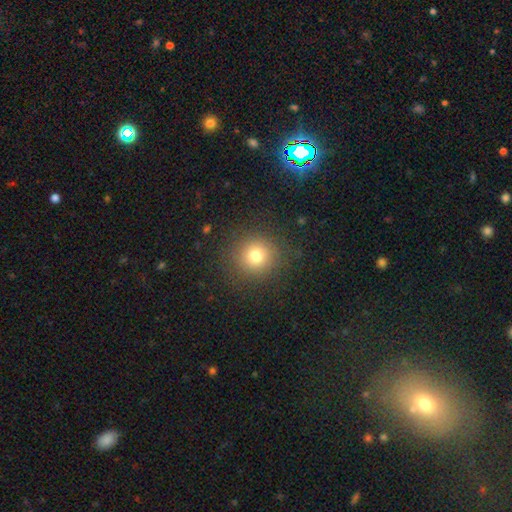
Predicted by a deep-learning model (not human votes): smooth-or-featured: smooth: 75% | star or artifact: 15% | featured or disk: 10%
  how-rounded: round: 92% | in between: 7% | cigar-shaped: 1%
  merging: none: 87% | minor disturbance: 8% | major disturbance: 4% | merger: 1%